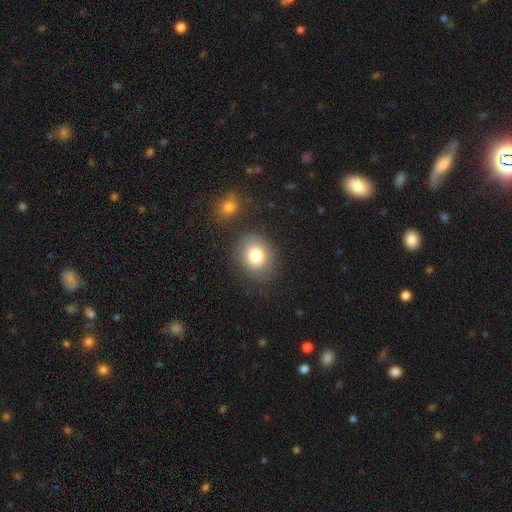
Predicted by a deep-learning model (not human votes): This is likely a smooth galaxy (79%). How rounded: likely round (64%). Merging: likely none (78%).